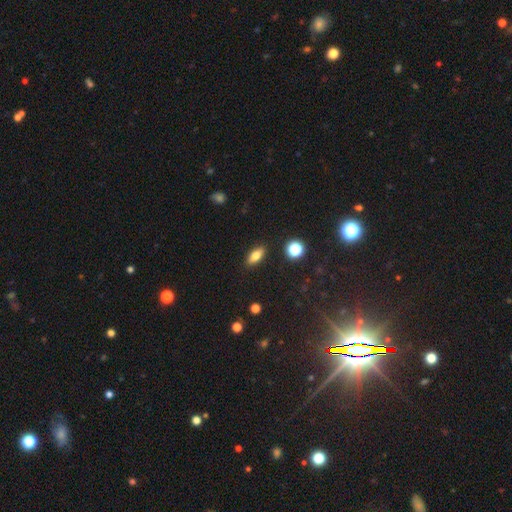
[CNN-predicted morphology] smooth 76%, featured or disk 15%, star or artifact 10%. Down the decision tree: how rounded — in between (78%); merging — none (88%).